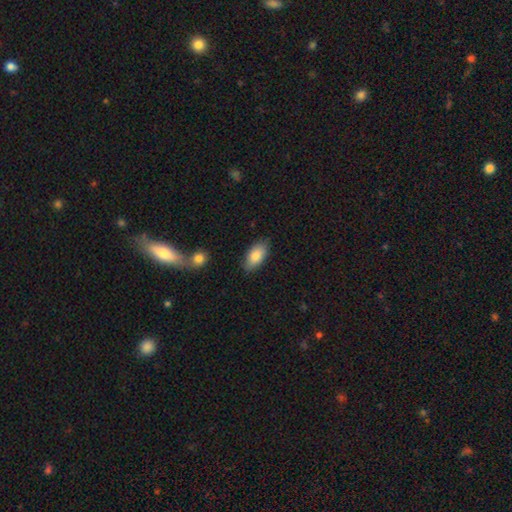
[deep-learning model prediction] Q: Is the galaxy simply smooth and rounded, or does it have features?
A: smooth — 83%.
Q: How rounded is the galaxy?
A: in between — 92%.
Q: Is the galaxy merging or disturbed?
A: none — 80%.